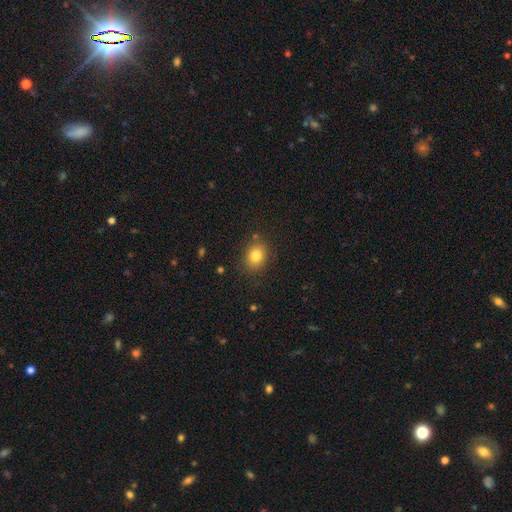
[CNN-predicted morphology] Smooth or featured?
  - smooth: 82% *
  - star or artifact: 10%
  - featured or disk: 8%
How rounded?
  - in between: 53% *
  - round: 46%
  - cigar-shaped: 1%
Merging?
  - none: 82% *
  - minor disturbance: 12%
  - major disturbance: 3%
  - merger: 2%